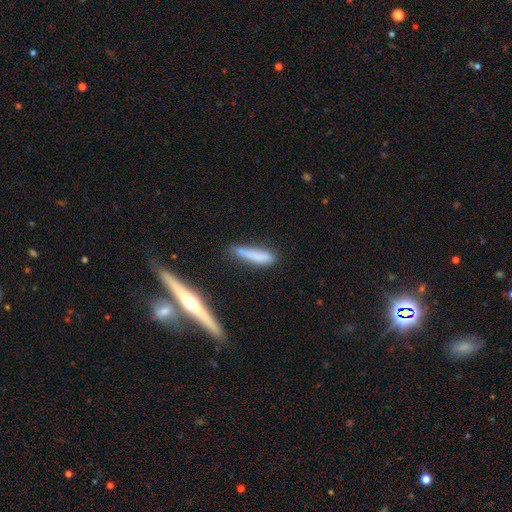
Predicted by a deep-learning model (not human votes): A smooth galaxy with no disk features (71%) that is cigar-shaped (85%).

Vote fractions:
- Smooth or featured? smooth: 71% / featured or disk: 21% / star or artifact: 8%
- How rounded? cigar-shaped: 85% / in between: 14% / round: 2%
- Merging? none: 66% / minor disturbance: 24% / major disturbance: 5% / merger: 5%